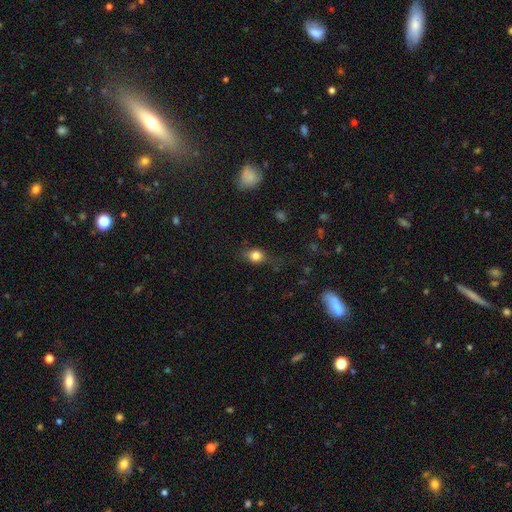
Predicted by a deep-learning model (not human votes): Q: Smooth or featured?
A: smooth (77%); runner-up: star or artifact (12%)
Q: How rounded?
A: round (48%); tied with: in between (48%)
Q: Merging?
A: none (63%); runner-up: minor disturbance (25%)